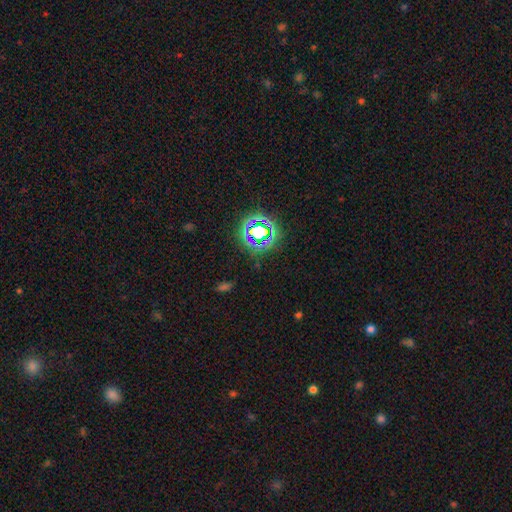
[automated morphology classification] star or artifact 74%, smooth 17%, featured or disk 9%.